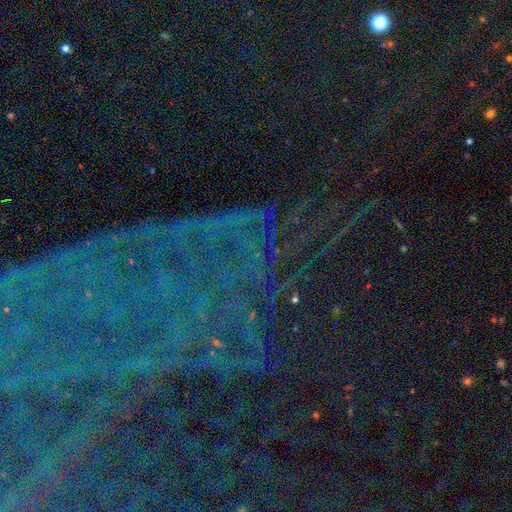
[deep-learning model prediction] Overall: star or artifact (85%).